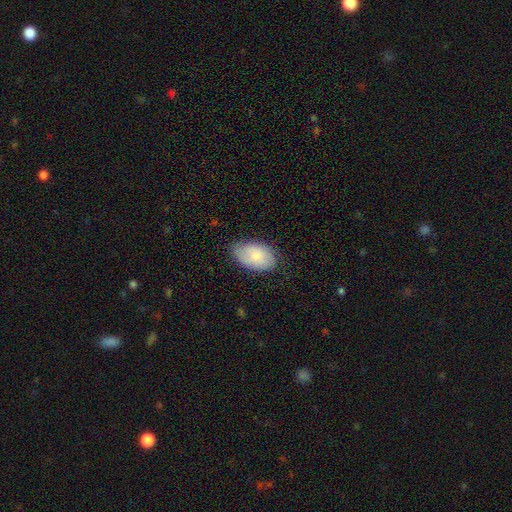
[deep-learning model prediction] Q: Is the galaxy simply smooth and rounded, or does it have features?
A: smooth — 78%.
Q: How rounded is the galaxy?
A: in between — 93%.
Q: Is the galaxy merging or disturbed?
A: none — 71%.